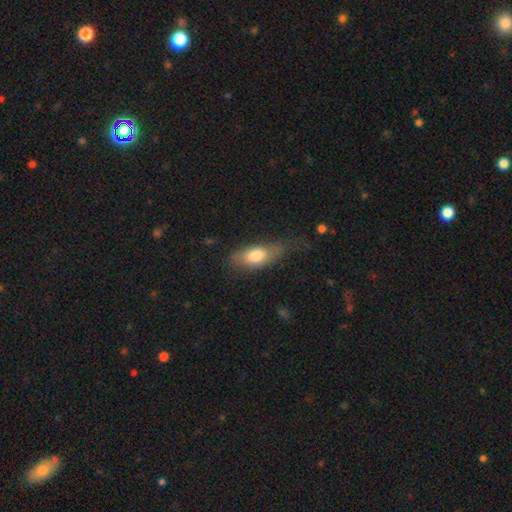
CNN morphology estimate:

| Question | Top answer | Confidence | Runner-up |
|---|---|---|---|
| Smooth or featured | smooth | 74% | featured or disk (20%) |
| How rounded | in between | 82% | cigar-shaped (13%) |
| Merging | none | 48% | minor disturbance (31%) |